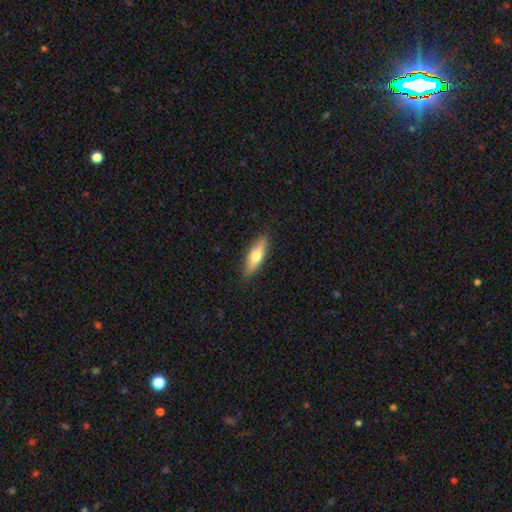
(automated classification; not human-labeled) This appears to be a smooth galaxy with no disk features (61%) that is cigar-shaped (52%). Merging: none (87%).